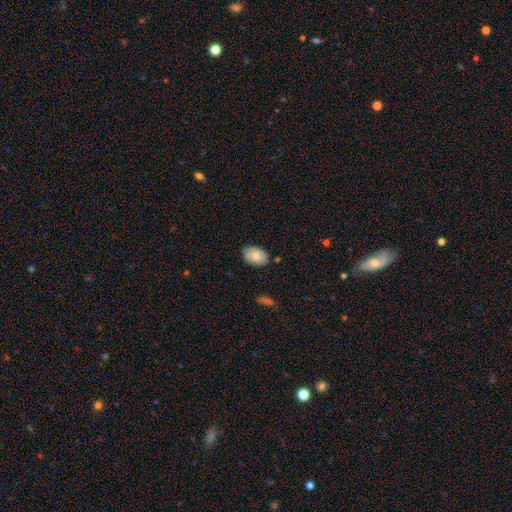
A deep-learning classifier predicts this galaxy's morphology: Q: Smooth or featured?
A: smooth (77%); runner-up: featured or disk (16%)
Q: How rounded?
A: in between (86%); runner-up: round (13%)
Q: Merging?
A: none (77%); runner-up: minor disturbance (18%)